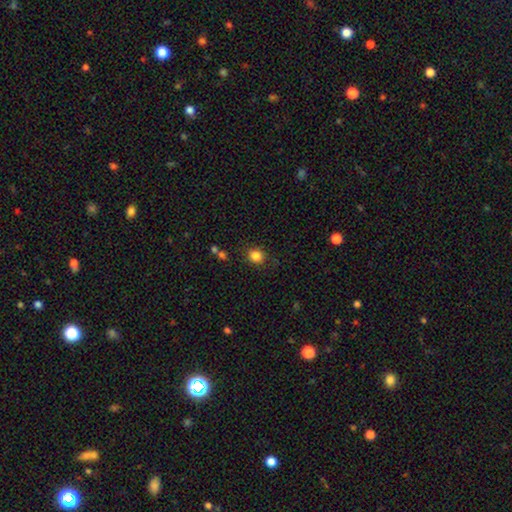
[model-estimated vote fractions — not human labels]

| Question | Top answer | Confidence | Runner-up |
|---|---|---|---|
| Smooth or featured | smooth | 84% | star or artifact (11%) |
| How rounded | round | 76% | in between (23%) |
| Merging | none | 83% | minor disturbance (11%) |